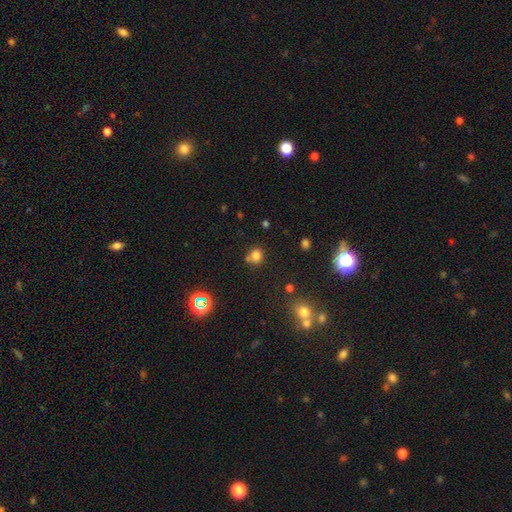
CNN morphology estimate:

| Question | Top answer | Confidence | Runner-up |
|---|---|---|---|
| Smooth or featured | smooth | 75% | star or artifact (17%) |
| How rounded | round | 78% | in between (21%) |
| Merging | none | 61% | merger (23%) |